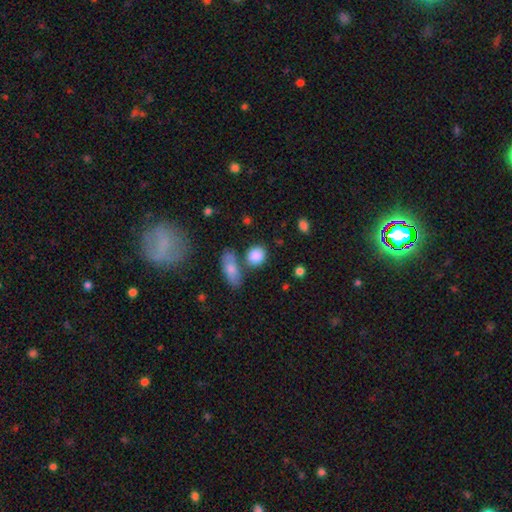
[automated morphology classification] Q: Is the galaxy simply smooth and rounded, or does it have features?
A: smooth — 86%.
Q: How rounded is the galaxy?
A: round — 61%.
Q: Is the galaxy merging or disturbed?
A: none — 66%.